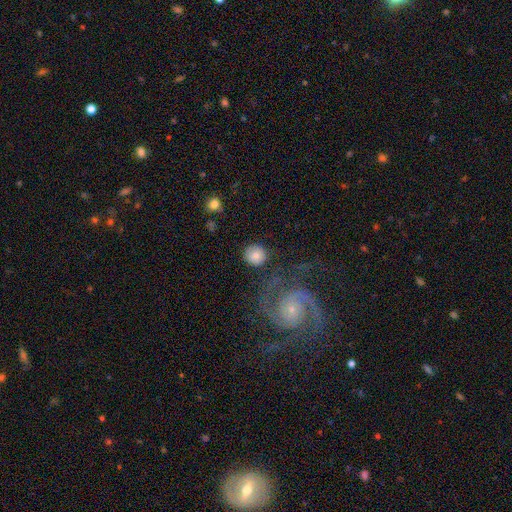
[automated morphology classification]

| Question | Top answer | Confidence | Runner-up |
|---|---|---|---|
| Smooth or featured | smooth | 80% | featured or disk (13%) |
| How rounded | round | 92% | in between (7%) |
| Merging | none | 83% | minor disturbance (9%) |